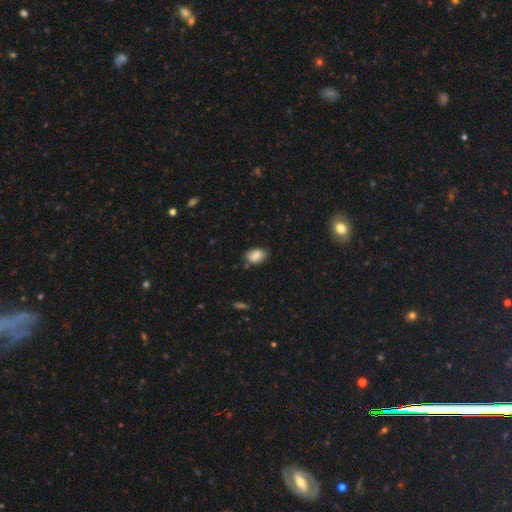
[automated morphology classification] A smooth galaxy with no disk features (85%) that is in between round and cigar-shaped (83%).

Vote fractions:
- Smooth or featured? smooth: 85% / star or artifact: 8% / featured or disk: 6%
- How rounded? in between: 83% / round: 16% / cigar-shaped: 1%
- Merging? none: 77% / minor disturbance: 17% / major disturbance: 3% / merger: 3%